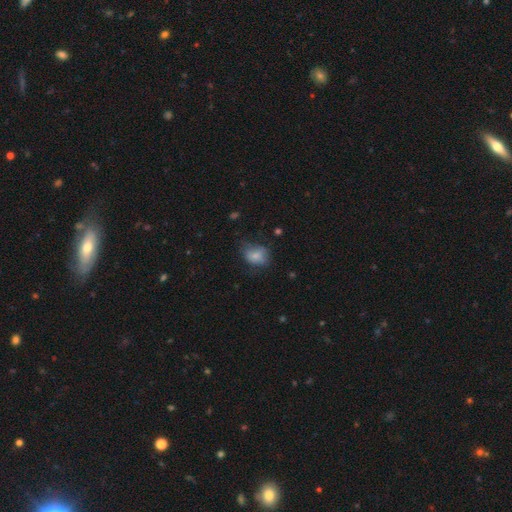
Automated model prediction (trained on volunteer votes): Overall: smooth (76%). How rounded: in between (59%; round 40%). Merging: none (53%; minor disturbance 32%).